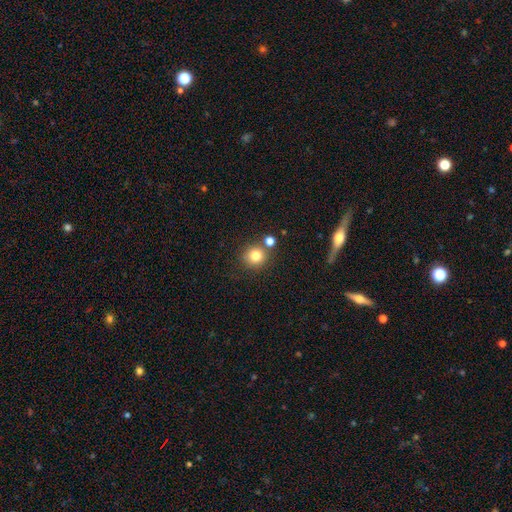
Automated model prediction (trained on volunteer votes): smooth-or-featured: smooth: 80% | star or artifact: 12% | featured or disk: 8%
  how-rounded: round: 91% | in between: 8% | cigar-shaped: 1%
  merging: none: 75% | merger: 13% | minor disturbance: 9% | major disturbance: 3%